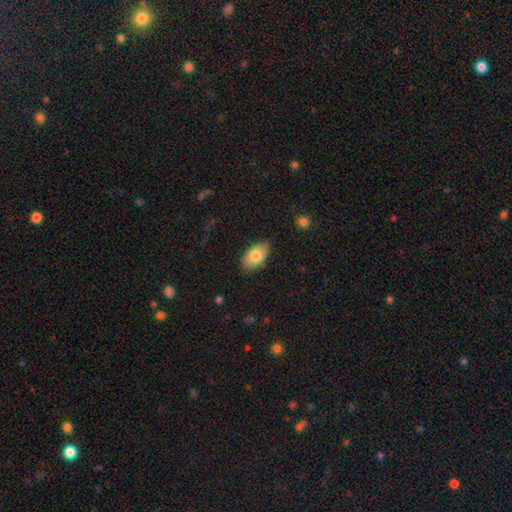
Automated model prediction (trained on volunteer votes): Smooth or featured: smooth — 79% (featured or disk — 14%)
How rounded: in between — 94% (round — 5%)
Merging: none — 84% (minor disturbance — 13%)